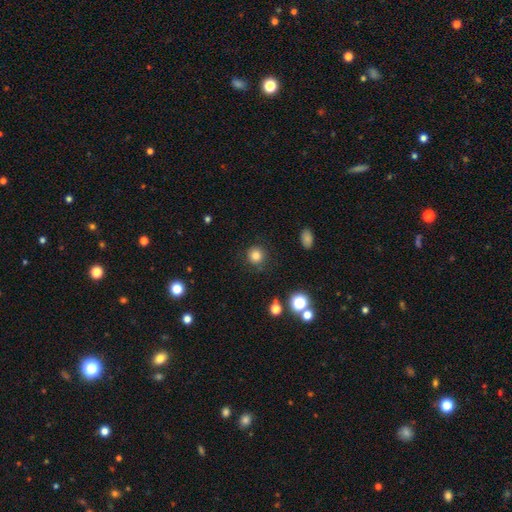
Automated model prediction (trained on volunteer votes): A smooth galaxy with no disk features (82%) that is round (93%). Merging: none (86%).